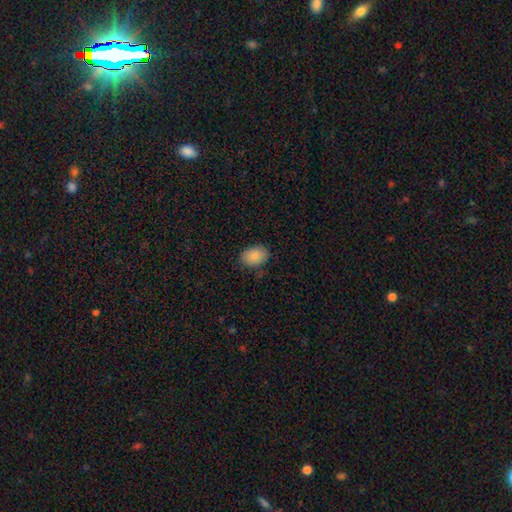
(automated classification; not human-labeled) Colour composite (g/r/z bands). It shows a smooth galaxy with no disk features (88%) that is in between round and cigar-shaped (82%). Merging: none (83%).